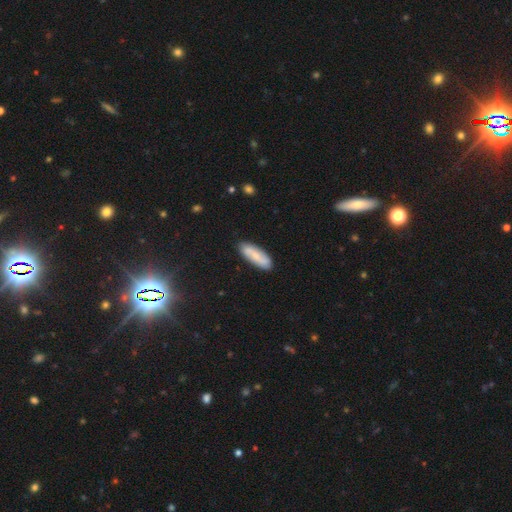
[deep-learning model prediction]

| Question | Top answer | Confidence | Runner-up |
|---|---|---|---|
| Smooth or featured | smooth | 65% | featured or disk (29%) |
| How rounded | in between | 54% | cigar-shaped (44%) |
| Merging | none | 87% | minor disturbance (10%) |